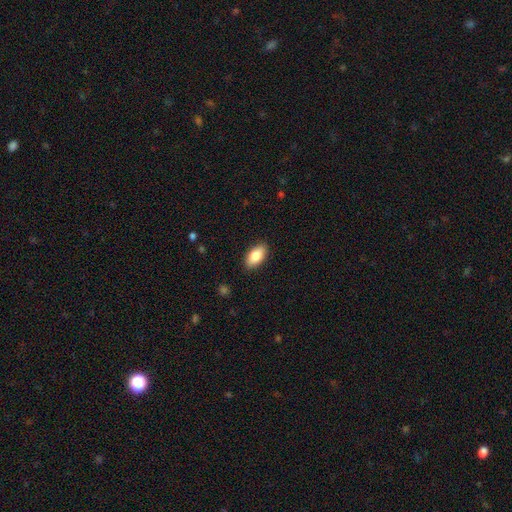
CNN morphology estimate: Q: Smooth or featured?
A: smooth (85%); runner-up: featured or disk (9%)
Q: How rounded?
A: in between (92%); runner-up: cigar-shaped (5%)
Q: Merging?
A: none (88%); runner-up: minor disturbance (8%)